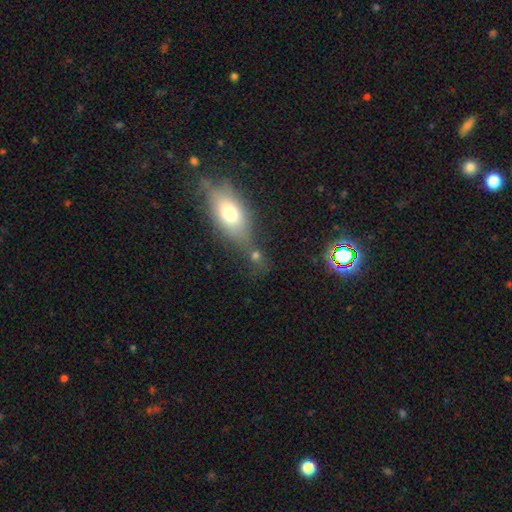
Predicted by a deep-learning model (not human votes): Smooth or featured? Predicted: smooth (p=0.58). How rounded? Predicted: round (p=0.48). Merging? Predicted: none (p=0.53).